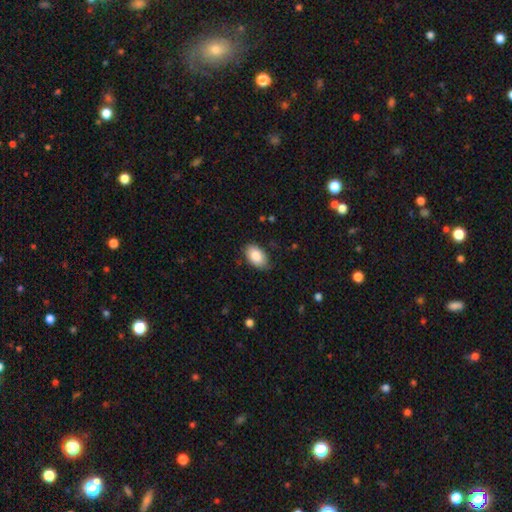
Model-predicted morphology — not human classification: Smooth or featured: smooth — 85% (featured or disk — 8%)
How rounded: in between — 92% (round — 7%)
Merging: none — 80% (minor disturbance — 16%)